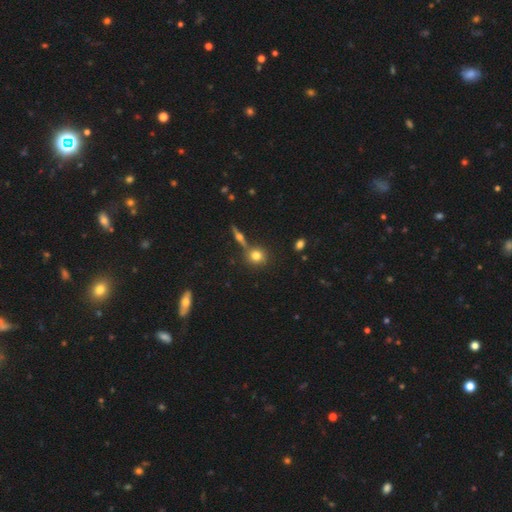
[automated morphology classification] The model was most divided on "merging": none: 72%, merger: 17%, minor disturbance: 9%, major disturbance: 3%. More confident: how rounded — round (87%); smooth or featured — smooth (74%).